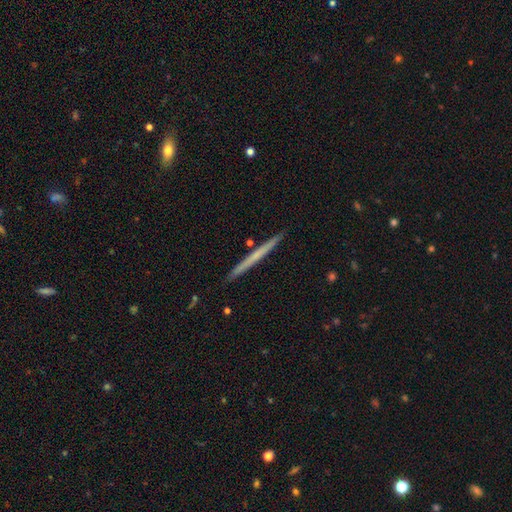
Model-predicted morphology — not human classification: Smooth or featured: smooth — 48% (featured or disk — 47%)
Merging: none — 92% (minor disturbance — 5%)